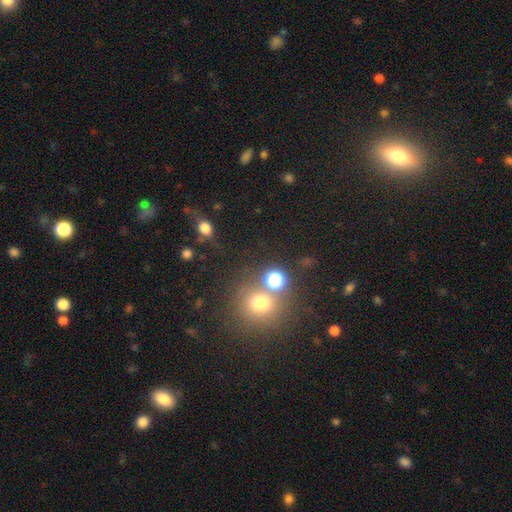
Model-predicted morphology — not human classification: Smooth or featured: smooth — 49% (star or artifact — 40%)
Merging: none — 66% (merger — 23%)